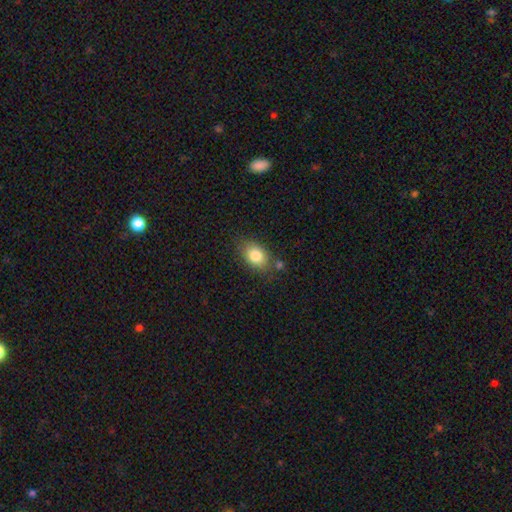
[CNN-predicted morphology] The model was most divided on "merging": none: 73%, minor disturbance: 16%, merger: 7%, major disturbance: 4%. More confident: smooth or featured — smooth (82%); how rounded — in between (80%).